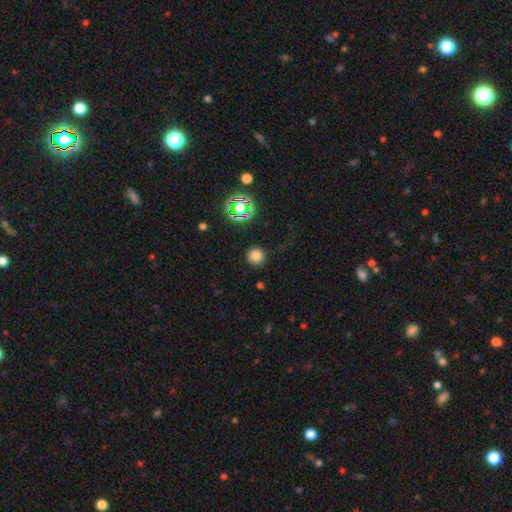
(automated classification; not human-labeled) Smooth or featured? Predicted: smooth (p=0.78). How rounded? Predicted: round (p=0.95). Merging? Predicted: none (p=0.90).